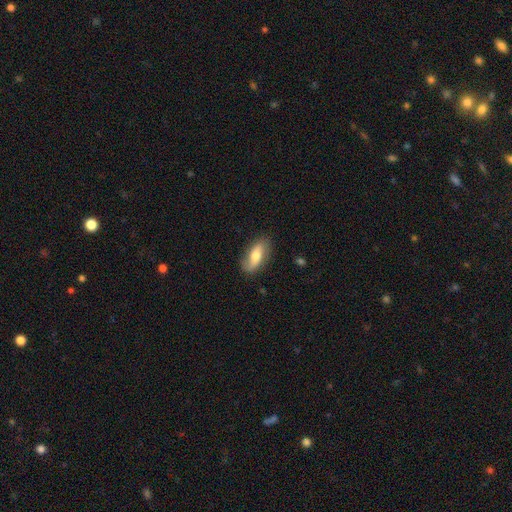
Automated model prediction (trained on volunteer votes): smooth-or-featured: smooth: 56% | featured or disk: 38% | star or artifact: 6%
  how-rounded: in between: 83% | cigar-shaped: 12% | round: 4%
  merging: none: 78% | minor disturbance: 16% | major disturbance: 4% | merger: 1%